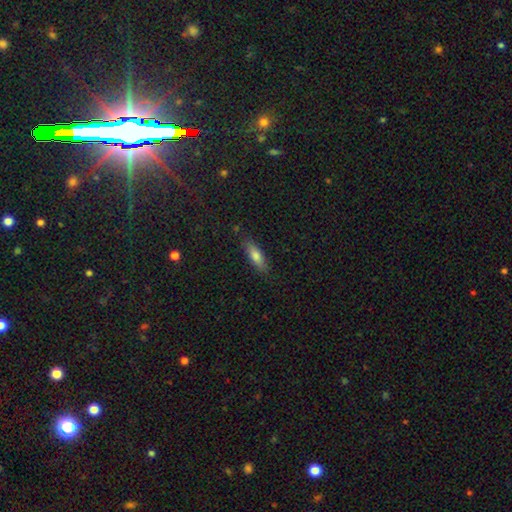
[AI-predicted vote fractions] This appears to be a smooth galaxy with no disk features (75%) that is in between round and cigar-shaped (52%). Merging: none (85%).